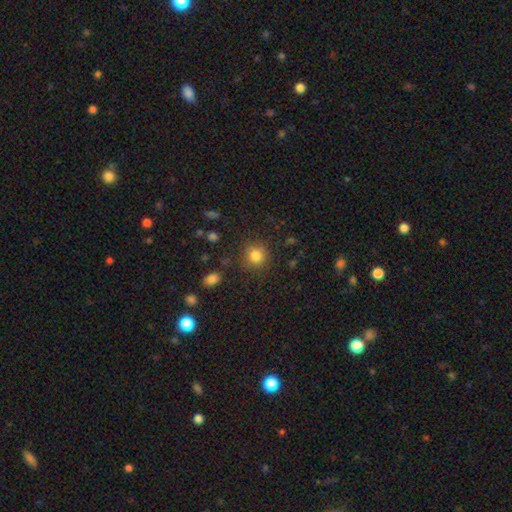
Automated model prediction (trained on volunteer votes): This is clearly a smooth galaxy (82%). How rounded: clearly round (89%). Merging: clearly none (85%).